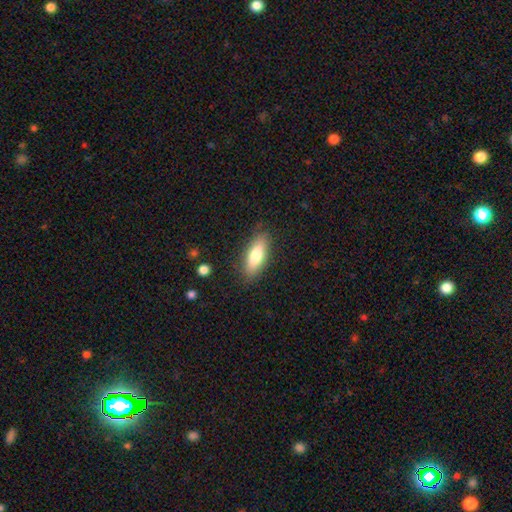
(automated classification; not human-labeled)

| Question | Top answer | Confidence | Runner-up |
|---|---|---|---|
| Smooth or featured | smooth | 76% | featured or disk (18%) |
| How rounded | in between | 68% | cigar-shaped (30%) |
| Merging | none | 85% | minor disturbance (11%) |